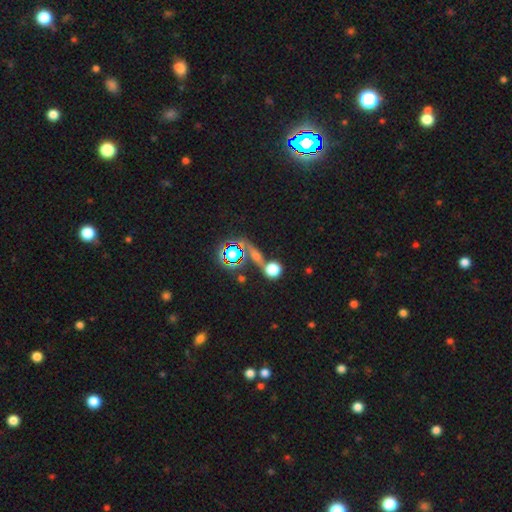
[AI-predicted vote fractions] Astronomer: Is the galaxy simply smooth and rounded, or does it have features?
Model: star or artifact — 50% (runner-up: smooth, 39%).